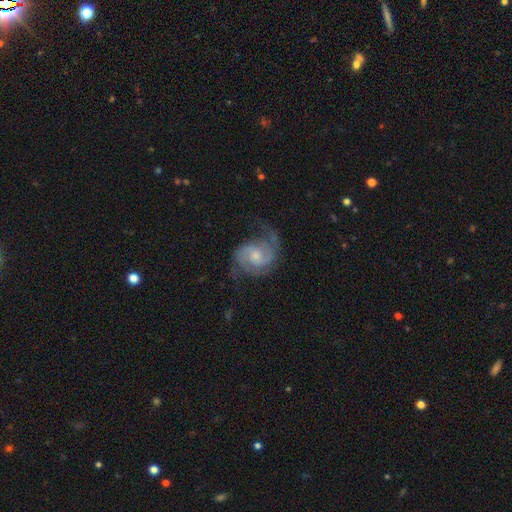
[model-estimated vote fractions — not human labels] Overall: featured or disk (84%). Edge-on disk: no (98%). Bar: no (59%; weak 36%). Spiral arms: yes (96%). Spiral arm count: 2 (83%). Spiral winding: medium (49%; tight 30%). Bulge size: moderate (47%; small 40%). Merging: none (60%; minor disturbance 22%).